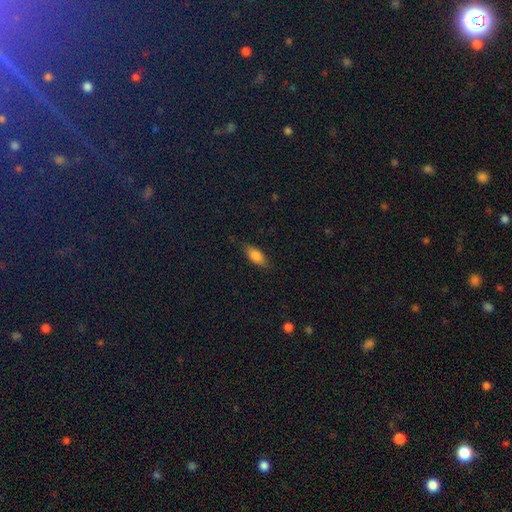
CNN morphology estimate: type=smooth (79%); roundness=in between (81%); merging=none (80%).